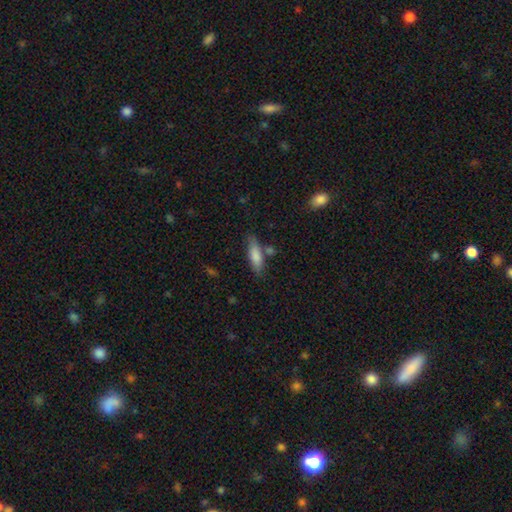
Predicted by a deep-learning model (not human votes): Q: Smooth or featured?
A: smooth (78%); runner-up: featured or disk (15%)
Q: How rounded?
A: cigar-shaped (56%); runner-up: in between (42%)
Q: Merging?
A: none (67%); runner-up: minor disturbance (18%)